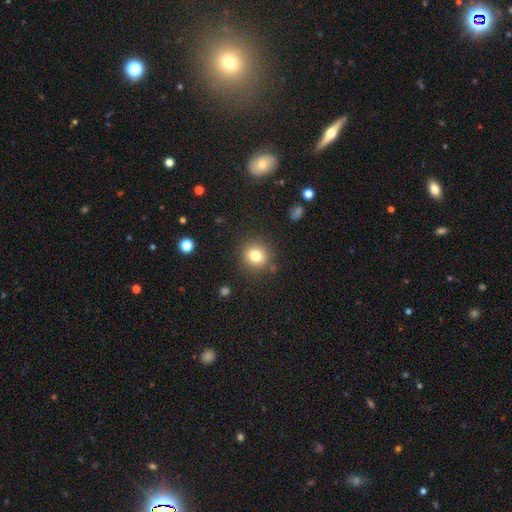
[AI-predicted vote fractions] Overall: smooth (79%). How rounded: round (89%). Merging: none (86%).